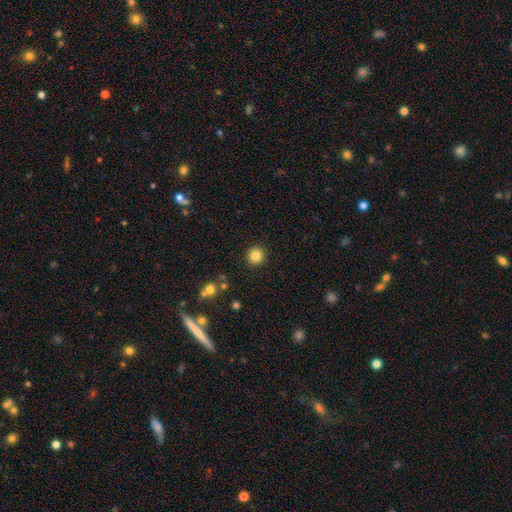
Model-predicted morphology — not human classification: Overall: smooth (84%). How rounded: round (93%). Merging: none (91%).